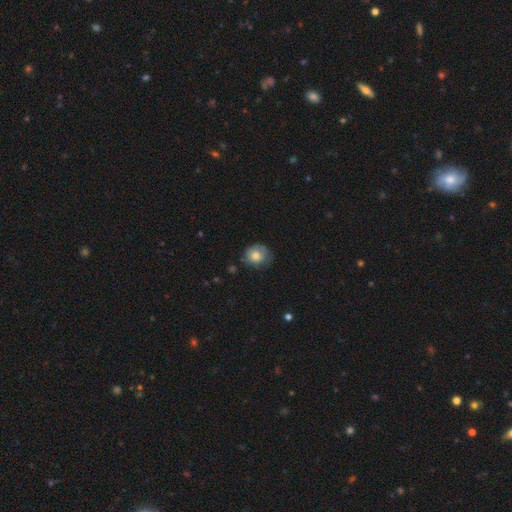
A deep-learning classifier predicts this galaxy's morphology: This appears to be a smooth galaxy with no disk features (73%) that is round (75%). Merging: none (62%).